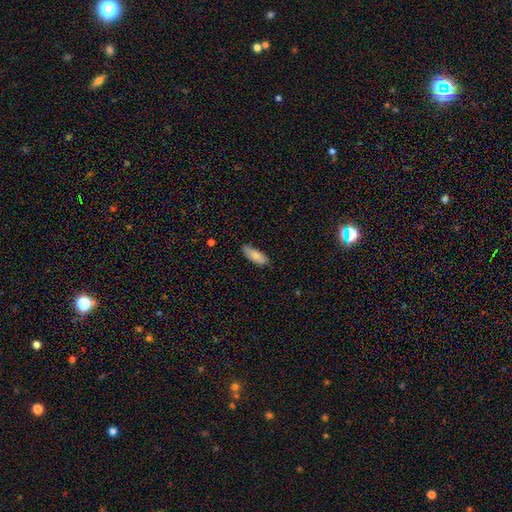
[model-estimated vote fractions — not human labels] A smooth galaxy with no disk features (78%) that is in between round and cigar-shaped (77%). Merging: none (74%).